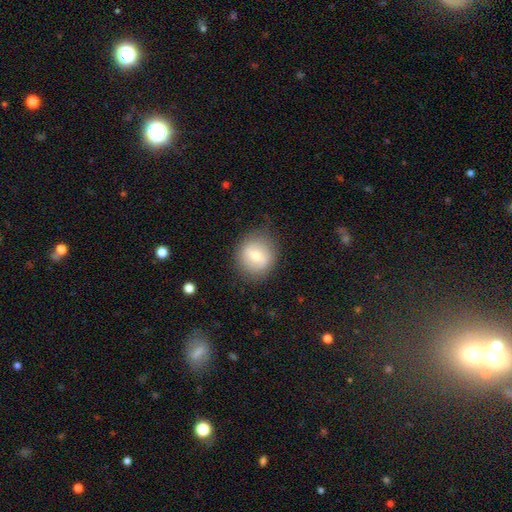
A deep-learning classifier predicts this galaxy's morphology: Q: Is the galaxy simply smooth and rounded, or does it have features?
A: smooth — 64%.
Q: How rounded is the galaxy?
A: round — 84%.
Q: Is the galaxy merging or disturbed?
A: none — 80%.